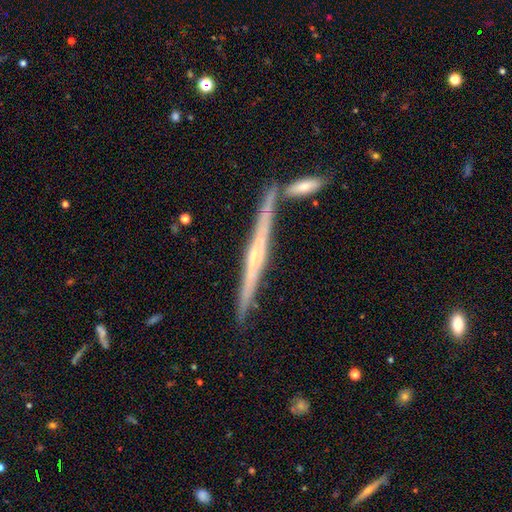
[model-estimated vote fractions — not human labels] The model was most divided on "edge-on bulge" (2-way tie): none: 45%, rounded: 45%, boxy: 10%. More confident: edge-on disk — yes (97%); smooth or featured — featured or disk (76%); merging — none (75%).